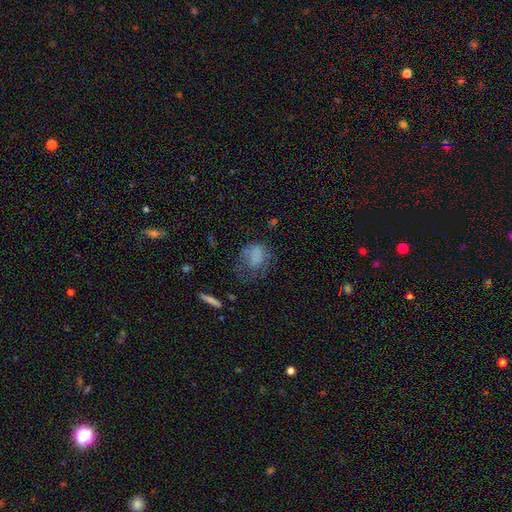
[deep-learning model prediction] This is likely a smooth galaxy (69%). How rounded: possibly in between (55%). Merging: marginally major disturbance (41%).